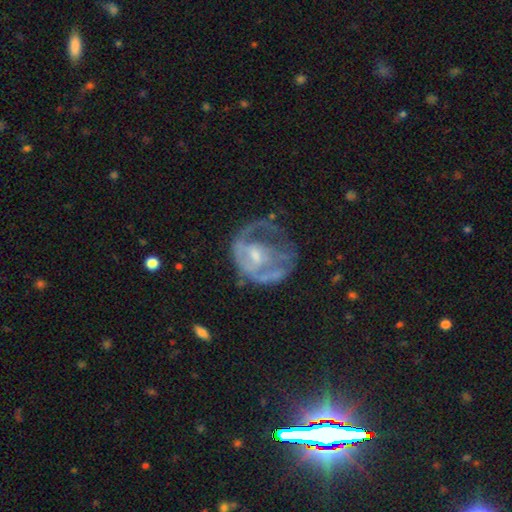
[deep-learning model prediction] This appears to be a featured or disk galaxy (68%) with no bar (60%), no spiral arms (52%) and a small central bulge (42%). Merging: major disturbance (44%).